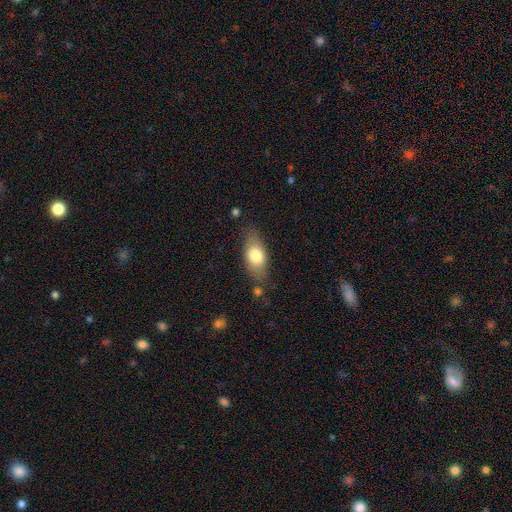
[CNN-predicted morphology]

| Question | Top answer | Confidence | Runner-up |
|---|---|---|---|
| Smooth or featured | smooth | 75% | featured or disk (19%) |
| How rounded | in between | 84% | cigar-shaped (11%) |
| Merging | none | 74% | minor disturbance (18%) |